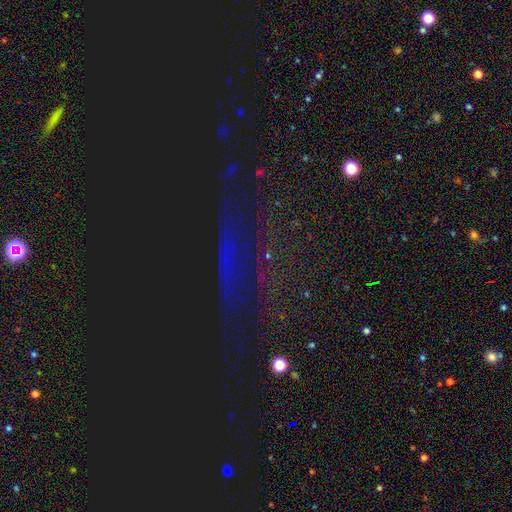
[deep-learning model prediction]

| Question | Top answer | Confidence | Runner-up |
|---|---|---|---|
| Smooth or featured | star or artifact | 74% | smooth (15%) |